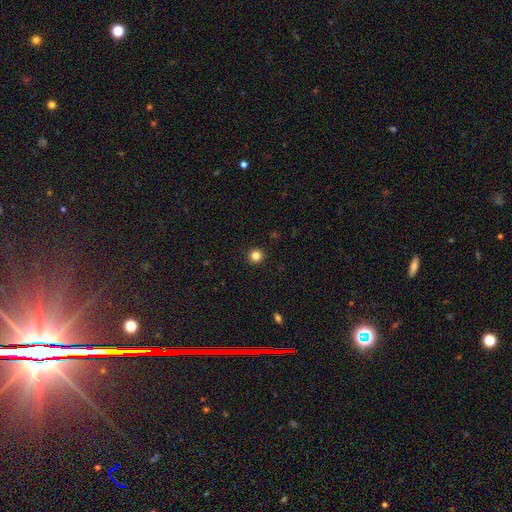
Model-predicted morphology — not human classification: A smooth galaxy with no disk features (84%) that is round (95%). Merging: none (94%).